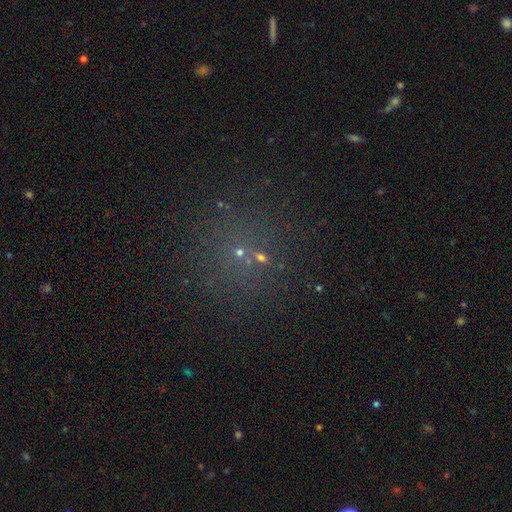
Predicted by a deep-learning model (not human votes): A star or artifact, not a galaxy (46%).

Vote fractions:
- Smooth or featured? star or artifact: 46% / smooth: 39% / featured or disk: 15%